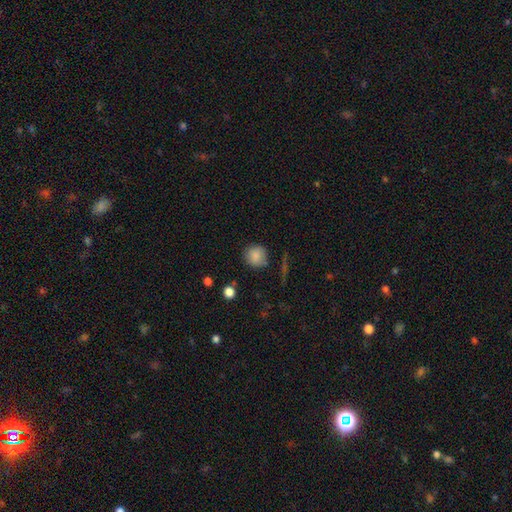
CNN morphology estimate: This is clearly a smooth galaxy (85%). How rounded: clearly round (91%). Merging: clearly none (81%).